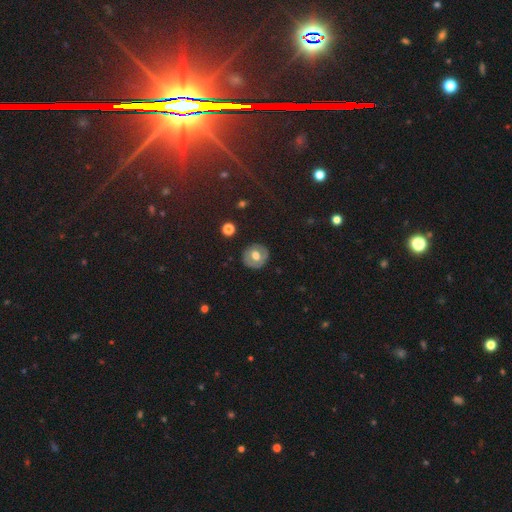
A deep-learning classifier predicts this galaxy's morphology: A smooth galaxy with no disk features (54%) that is round (85%). Merging: none (86%).